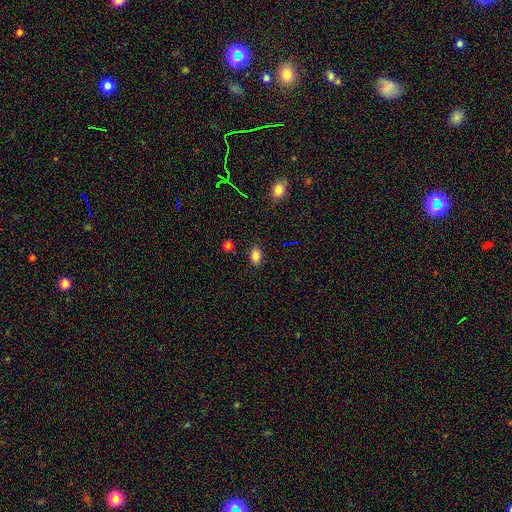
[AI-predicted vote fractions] This appears to be a smooth galaxy with no disk features (82%) that is in between round and cigar-shaped (80%). Merging: none (86%).